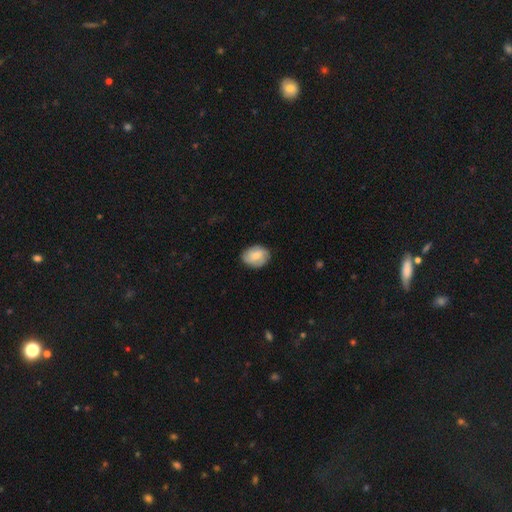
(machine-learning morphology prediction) This appears to be a smooth galaxy with no disk features (64%) that is in between round and cigar-shaped (65%). Merging: none (79%).